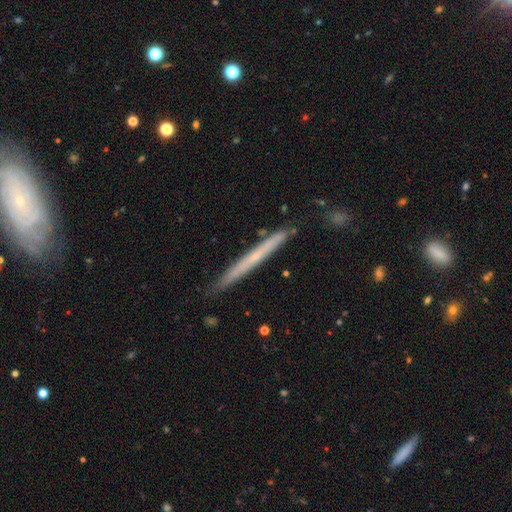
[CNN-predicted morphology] smooth_or_featured: featured or disk (p=0.51) [alt: smooth p=0.42]
disk_edge_on: yes (p=0.96) [alt: no p=0.04]
merging: none (p=0.86) [alt: minor disturbance p=0.11]